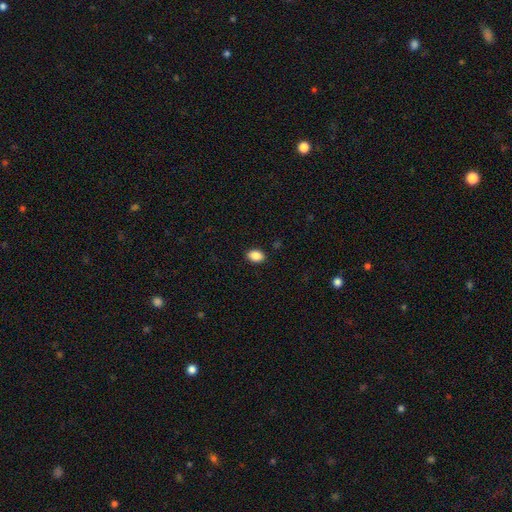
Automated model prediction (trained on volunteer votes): A smooth galaxy with no disk features (88%) that is in between round and cigar-shaped (80%).

Vote fractions:
- Smooth or featured? smooth: 88% / star or artifact: 8% / featured or disk: 4%
- How rounded? in between: 80% / round: 18% / cigar-shaped: 1%
- Merging? none: 89% / minor disturbance: 8% / major disturbance: 2% / merger: 1%